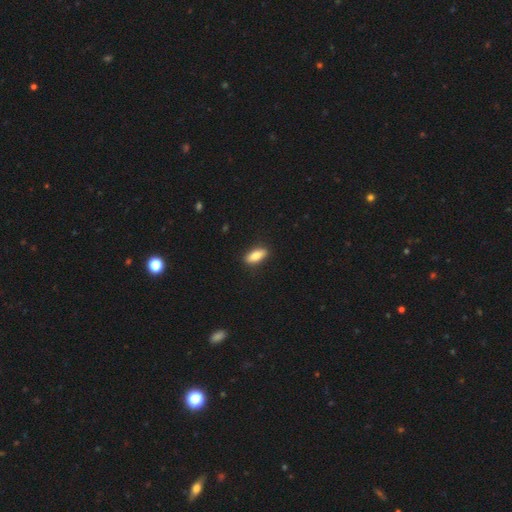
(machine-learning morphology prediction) This appears to be a smooth galaxy with no disk features (82%) that is in between round and cigar-shaped (76%). Merging: none (88%).